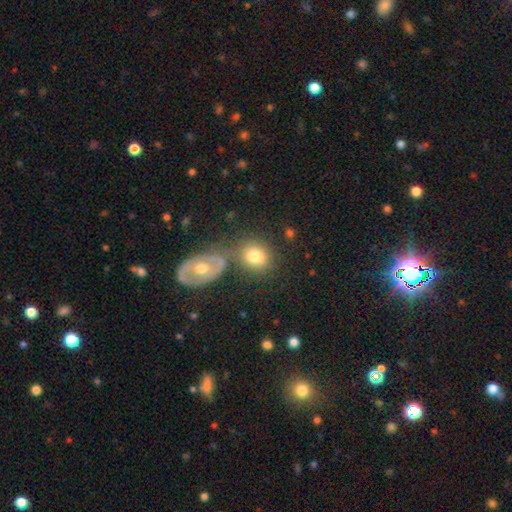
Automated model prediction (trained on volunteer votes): smooth-or-featured: smooth: 70% | featured or disk: 21% | star or artifact: 9%
  how-rounded: round: 61% | in between: 37% | cigar-shaped: 1%
  merging: none: 50% | merger: 32% | minor disturbance: 13% | major disturbance: 6%